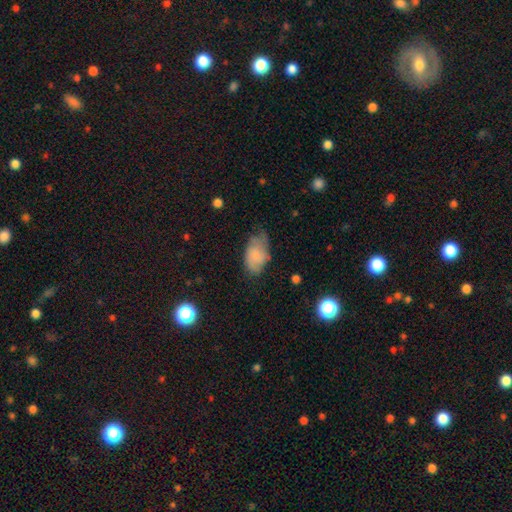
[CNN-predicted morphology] Smooth or featured? smooth (79%)
How rounded? in between (93%)
Merging? none (51%)